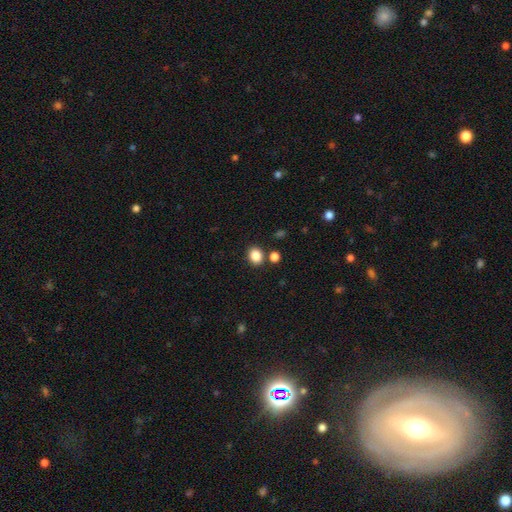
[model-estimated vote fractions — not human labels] Smooth or featured? smooth (86%)
How rounded? round (61%)
Merging? none (79%)